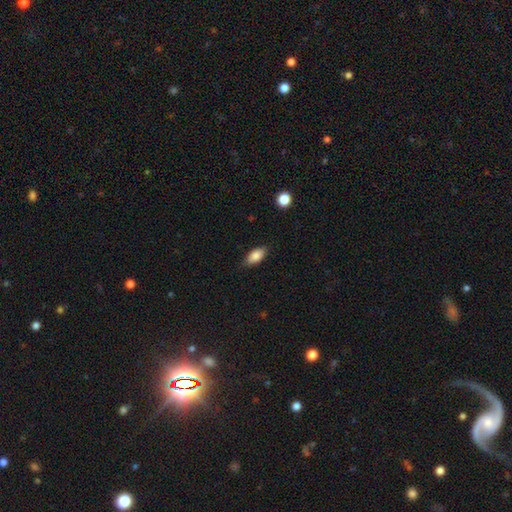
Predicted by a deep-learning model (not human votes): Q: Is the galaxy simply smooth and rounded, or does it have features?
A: smooth — 83%.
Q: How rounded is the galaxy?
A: in between — 87%.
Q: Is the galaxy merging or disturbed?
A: none — 80%.